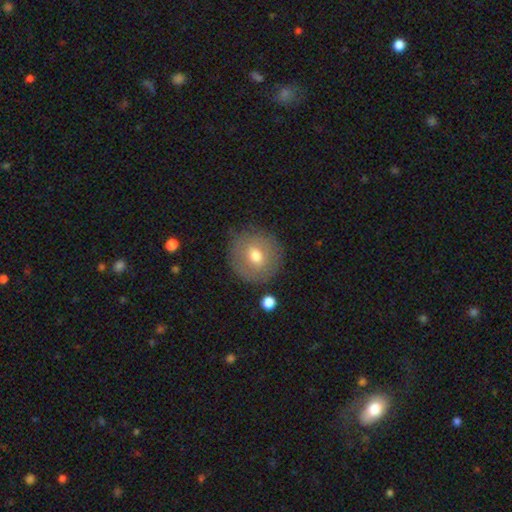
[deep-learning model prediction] Smooth or featured: smooth — 65% (featured or disk — 26%)
How rounded: round — 88% (in between — 11%)
Merging: none — 83% (minor disturbance — 11%)